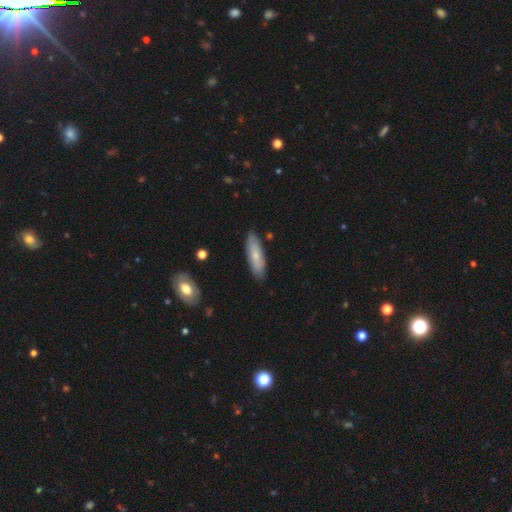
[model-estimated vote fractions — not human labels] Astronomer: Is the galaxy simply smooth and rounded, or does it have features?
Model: smooth — 69%.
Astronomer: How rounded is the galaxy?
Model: in between — 50% (runner-up: cigar-shaped, 48%).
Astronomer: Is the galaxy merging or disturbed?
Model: none — 85%.